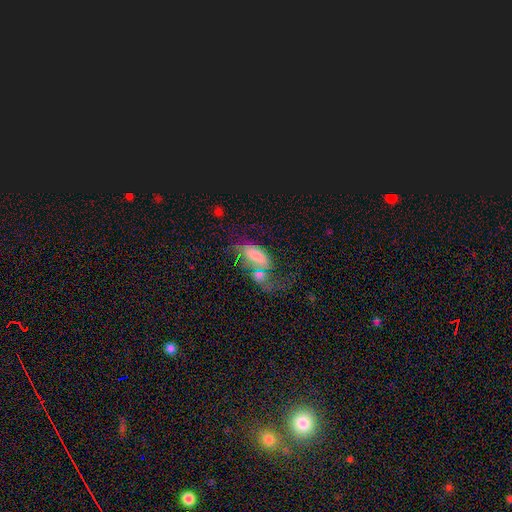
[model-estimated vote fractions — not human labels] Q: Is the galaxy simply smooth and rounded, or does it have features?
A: smooth — 47%.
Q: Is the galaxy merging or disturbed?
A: merger — 32%.